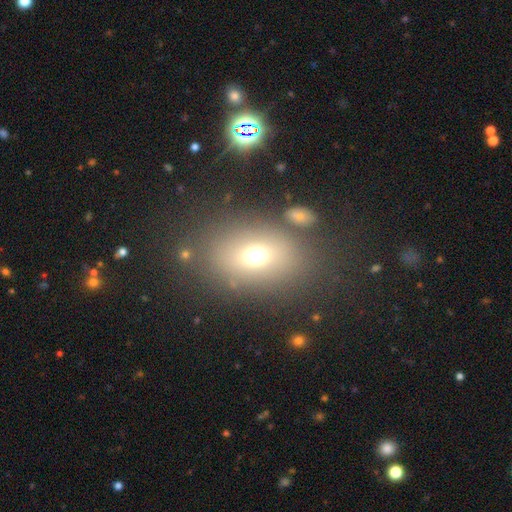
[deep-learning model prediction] Smooth or featured?
  - smooth: 67% *
  - star or artifact: 17%
  - featured or disk: 16%
How rounded?
  - in between: 68% *
  - round: 30%
  - cigar-shaped: 2%
Merging?
  - none: 73% *
  - minor disturbance: 12%
  - merger: 8%
  - major disturbance: 7%